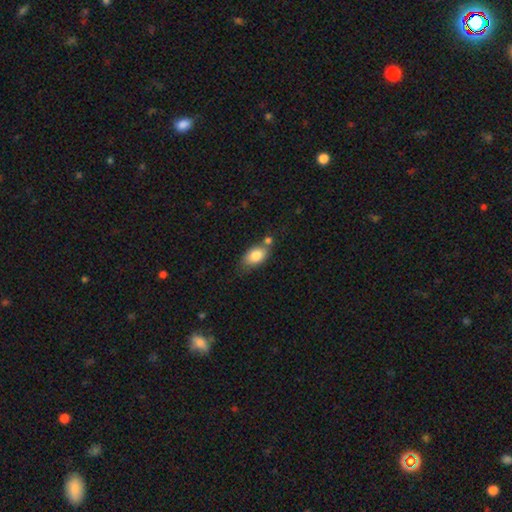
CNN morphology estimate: A smooth galaxy with no disk features (81%) that is in between round and cigar-shaped (88%).

Vote fractions:
- Smooth or featured? smooth: 81% / featured or disk: 11% / star or artifact: 7%
- How rounded? in between: 88% / round: 10% / cigar-shaped: 2%
- Merging? none: 55% / merger: 22% / minor disturbance: 18% / major disturbance: 5%